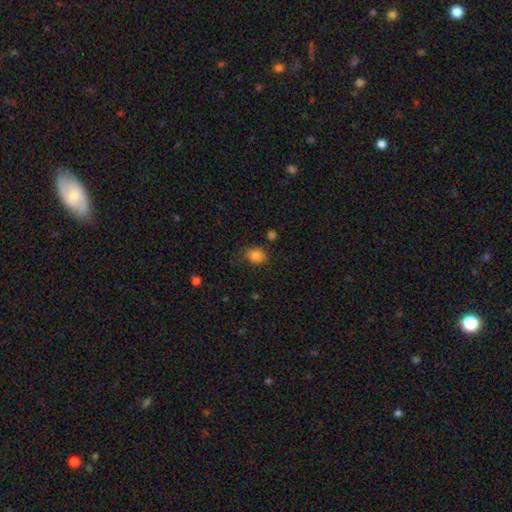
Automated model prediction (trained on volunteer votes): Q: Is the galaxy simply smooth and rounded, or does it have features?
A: smooth — 84%.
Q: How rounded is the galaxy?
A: round — 56%.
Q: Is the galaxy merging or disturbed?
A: none — 74%.